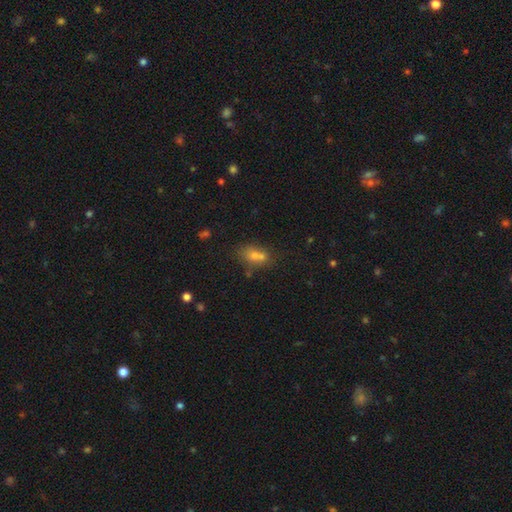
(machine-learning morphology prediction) This appears to be a smooth galaxy with no disk features (68%) that is in between round and cigar-shaped (67%). Merging: merger (43%).